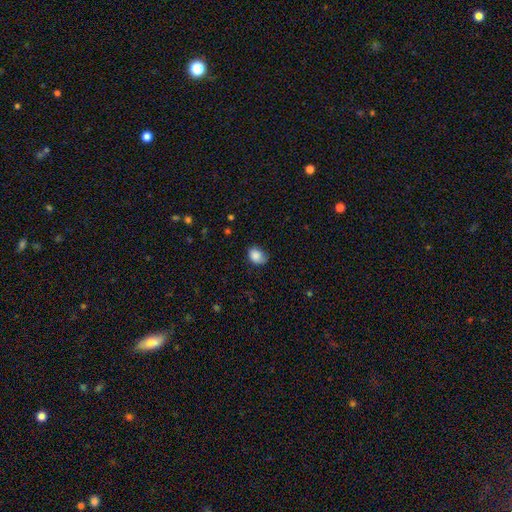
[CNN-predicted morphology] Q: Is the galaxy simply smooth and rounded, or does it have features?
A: smooth — 83%.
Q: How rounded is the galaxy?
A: in between — 64%.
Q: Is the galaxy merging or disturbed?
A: none — 56%.